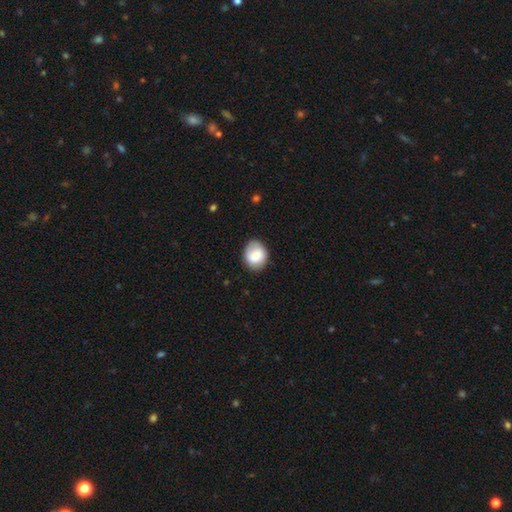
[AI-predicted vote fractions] smooth 80%, featured or disk 13%, star or artifact 7%. Down the decision tree: how rounded — round (54%); merging — none (78%).